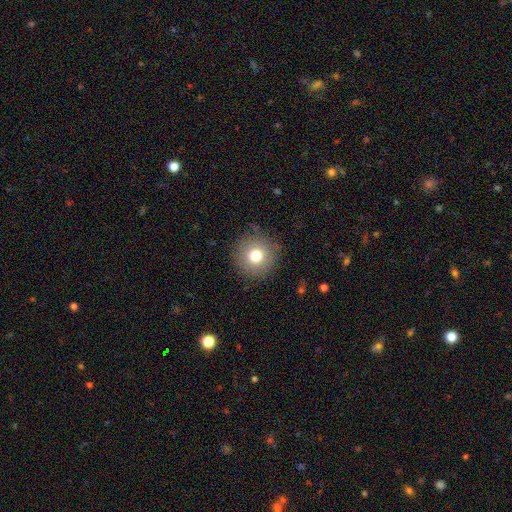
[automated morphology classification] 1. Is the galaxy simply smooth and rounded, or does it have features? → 76% smooth, 12% star or artifact, 12% featured or disk.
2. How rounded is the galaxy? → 95% round, 4% in between, 1% cigar-shaped.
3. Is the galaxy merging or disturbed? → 87% none, 8% minor disturbance, 3% major disturbance, 1% merger.